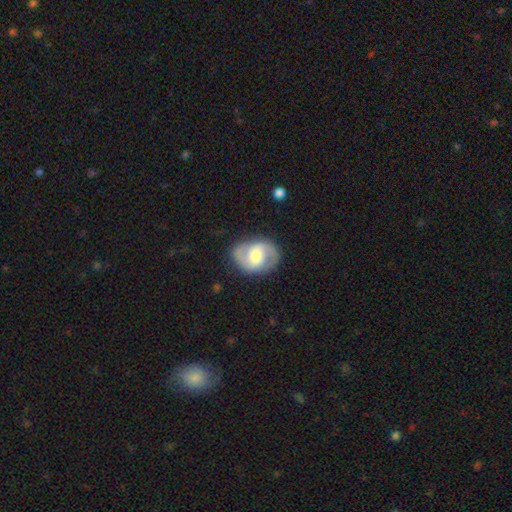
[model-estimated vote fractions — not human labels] featured or disk 80%, smooth 15%, star or artifact 5%. Down the decision tree: edge-on disk — no (97%); bar — weak (47%); spiral arms — yes (94%); spiral arm count — 2 (91%); spiral winding — medium (55%); bulge size — moderate (59%); merging — none (82%).